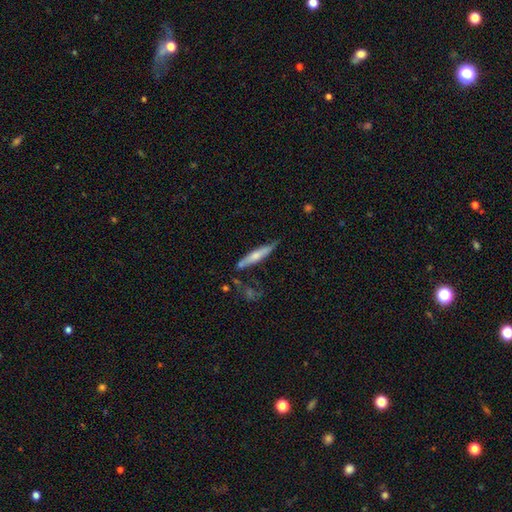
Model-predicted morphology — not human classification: A smooth galaxy with no disk features (51%) that is cigar-shaped (89%). Merging: none (68%).